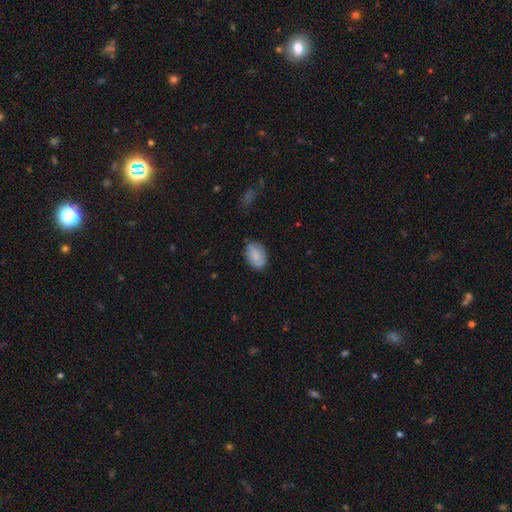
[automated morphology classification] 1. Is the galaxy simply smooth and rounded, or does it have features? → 76% smooth, 17% featured or disk, 7% star or artifact.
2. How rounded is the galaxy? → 86% in between, 13% round, 1% cigar-shaped.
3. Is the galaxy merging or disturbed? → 75% none, 19% minor disturbance, 4% major disturbance, 2% merger.